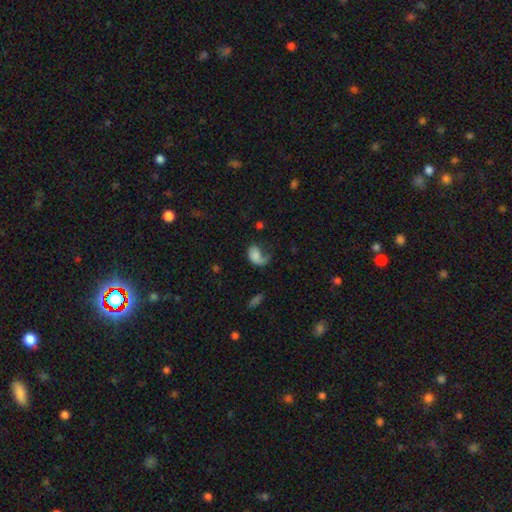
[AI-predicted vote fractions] This is possibly a smooth galaxy (57%). How rounded: likely in between (80%). Merging: possibly major disturbance (48%).